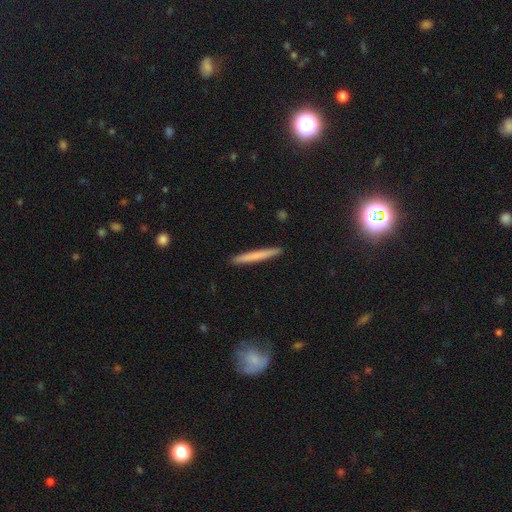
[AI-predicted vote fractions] smooth 69%, featured or disk 25%, star or artifact 6%. Down the decision tree: how rounded — cigar-shaped (97%); merging — none (92%).